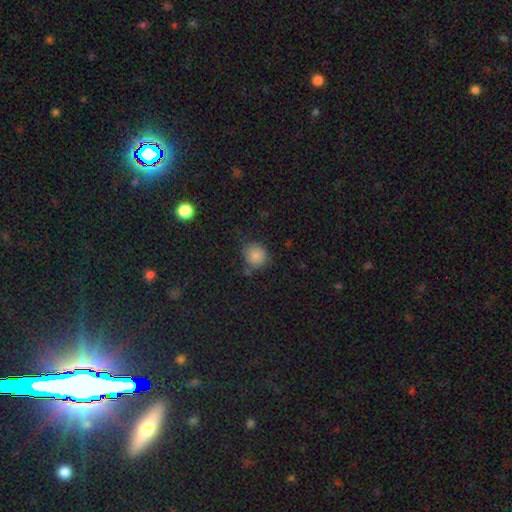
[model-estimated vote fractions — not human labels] Morphology: type=smooth (83%); roundness=round (87%); merging=none (74%).